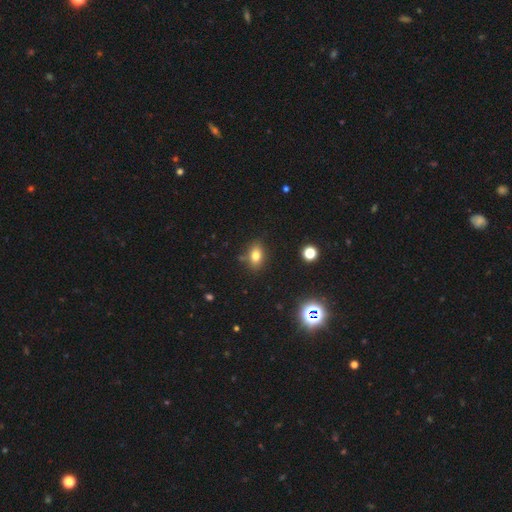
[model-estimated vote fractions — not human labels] smooth_or_featured: smooth (p=0.77) [alt: star or artifact p=0.13]
how_rounded: in between (p=0.78) [alt: round p=0.20]
merging: none (p=0.81) [alt: minor disturbance p=0.12]